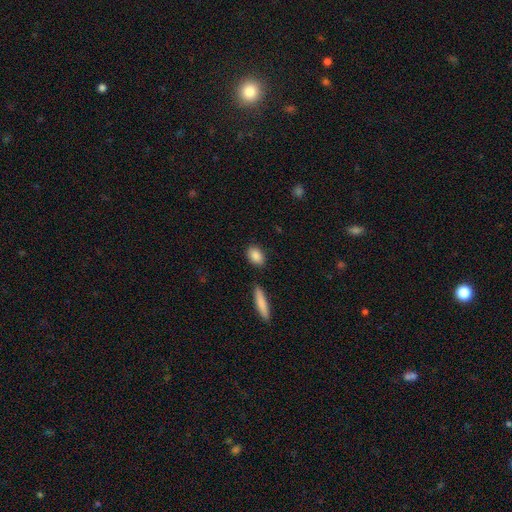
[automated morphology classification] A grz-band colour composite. It shows a smooth galaxy with no disk features (88%) that is in between round and cigar-shaped (77%). Merging: none (84%).